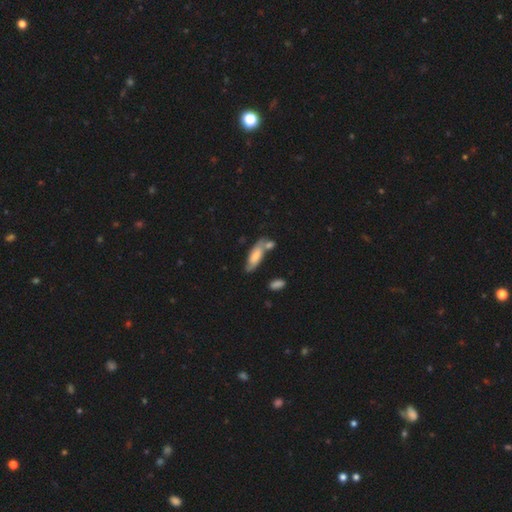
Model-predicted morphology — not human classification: Smooth or featured? Predicted: smooth (p=0.66). How rounded? Predicted: in between (p=0.63). Merging? Predicted: none (p=0.54).